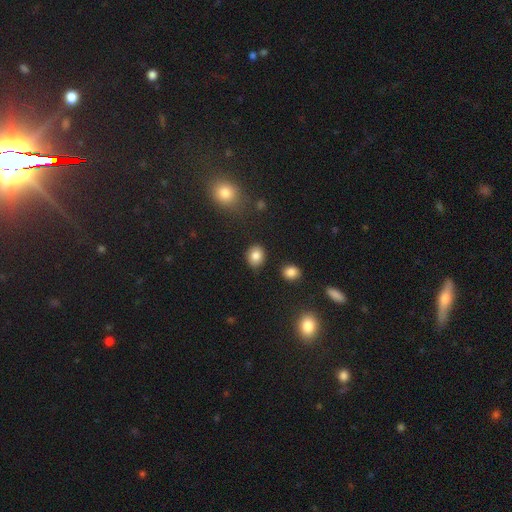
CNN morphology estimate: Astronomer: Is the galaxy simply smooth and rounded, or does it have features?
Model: smooth — 84%.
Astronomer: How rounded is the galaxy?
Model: round — 52% (runner-up: in between, 47%).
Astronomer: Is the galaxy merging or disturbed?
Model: none — 85%.